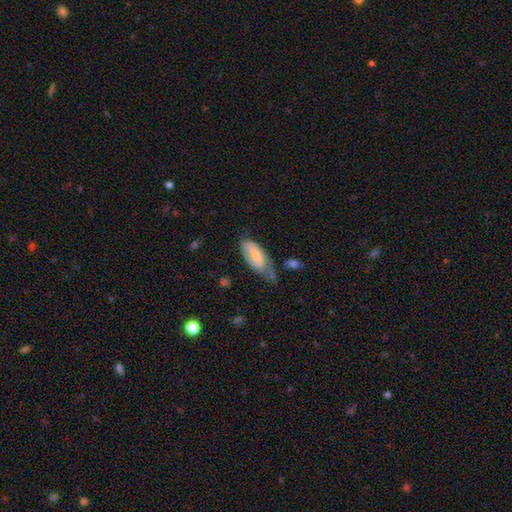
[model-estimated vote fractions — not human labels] This appears to be a smooth galaxy with no disk features (62%) that is in between round and cigar-shaped (88%). Merging: minor disturbance (40%).